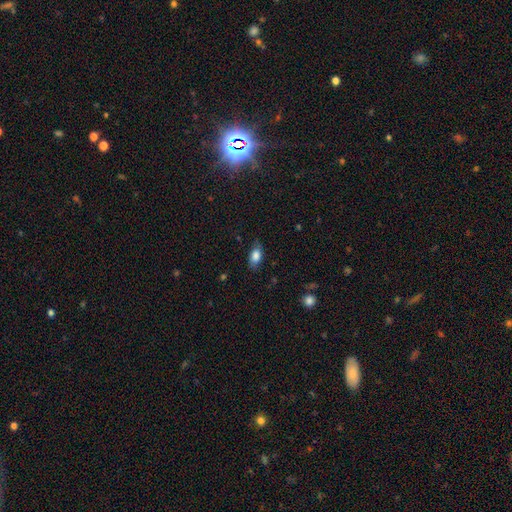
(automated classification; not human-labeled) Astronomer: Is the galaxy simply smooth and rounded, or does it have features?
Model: smooth — 80%.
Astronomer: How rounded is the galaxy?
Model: in between — 87%.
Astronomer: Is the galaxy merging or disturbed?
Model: none — 74%.